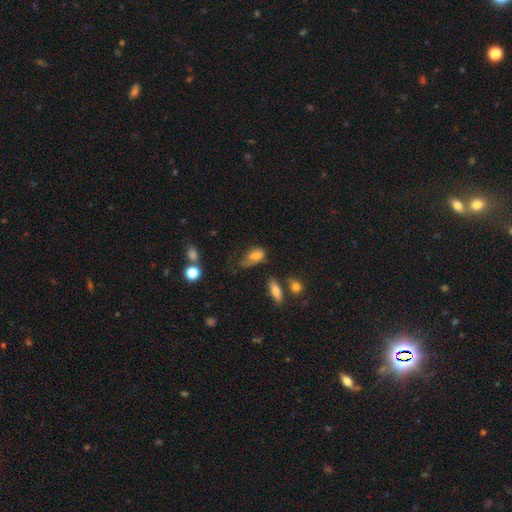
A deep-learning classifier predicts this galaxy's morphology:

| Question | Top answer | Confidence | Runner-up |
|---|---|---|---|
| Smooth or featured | smooth | 76% | featured or disk (15%) |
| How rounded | in between | 87% | round (8%) |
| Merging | minor disturbance | 34% | none (31%) |